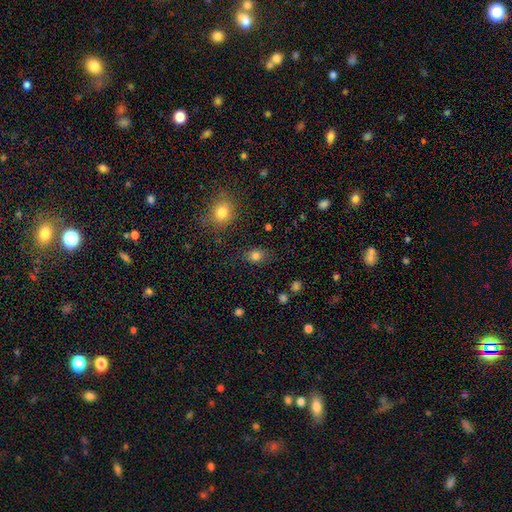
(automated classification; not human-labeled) Smooth or featured?
  - smooth: 82% *
  - star or artifact: 12%
  - featured or disk: 6%
How rounded?
  - in between: 56% *
  - round: 43%
  - cigar-shaped: 1%
Merging?
  - none: 80% *
  - minor disturbance: 13%
  - major disturbance: 4%
  - merger: 3%